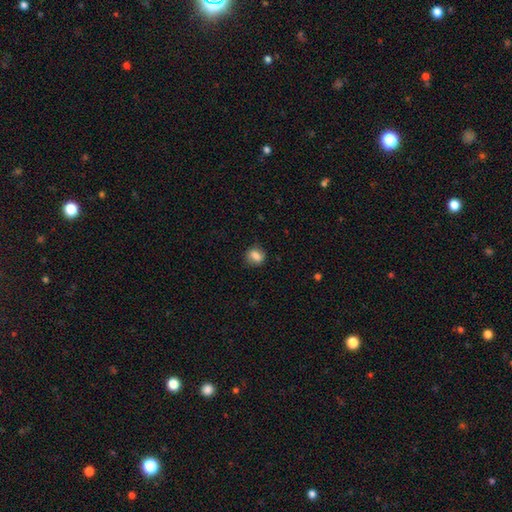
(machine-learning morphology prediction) Q: Smooth or featured?
A: smooth (79%); runner-up: featured or disk (12%)
Q: How rounded?
A: round (59%); runner-up: in between (40%)
Q: Merging?
A: none (76%); runner-up: minor disturbance (18%)